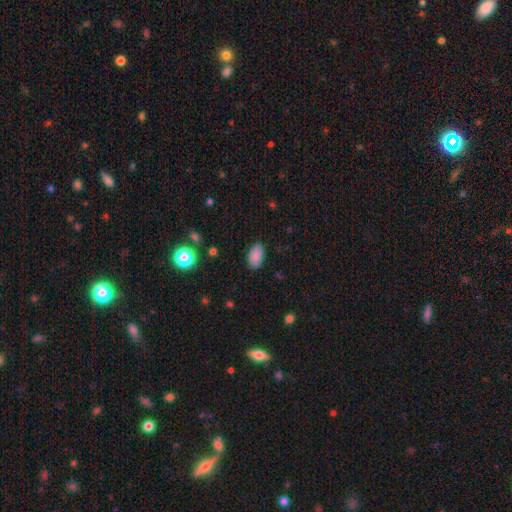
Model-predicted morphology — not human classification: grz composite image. It shows a smooth galaxy with no disk features (86%) that is in between round and cigar-shaped (92%). Merging: none (85%).